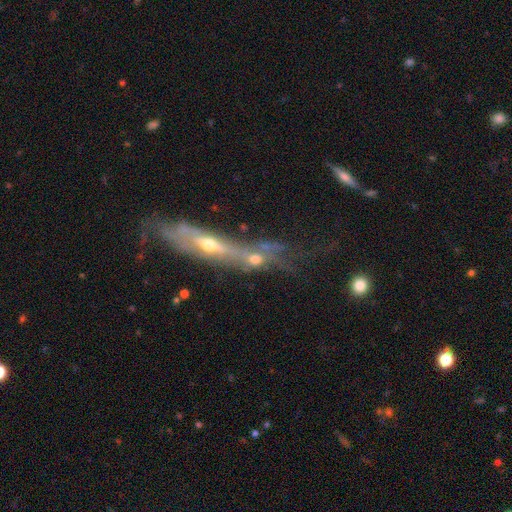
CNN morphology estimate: A featured or disk galaxy (71%) viewed edge-on (53%).

Vote fractions:
- Smooth or featured? featured or disk: 71% / smooth: 19% / star or artifact: 10%
- Edge-on disk? yes: 53% / no: 47%
- Merging? merger: 34% / none: 30% / major disturbance: 19% / minor disturbance: 17%